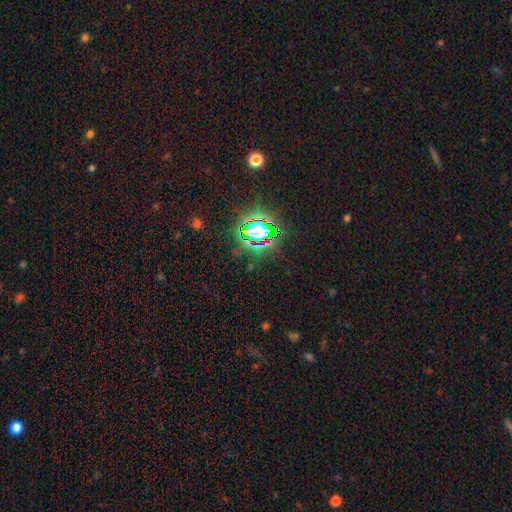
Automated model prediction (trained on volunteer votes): Smooth or featured?
  - star or artifact: 79% *
  - smooth: 13%
  - featured or disk: 8%